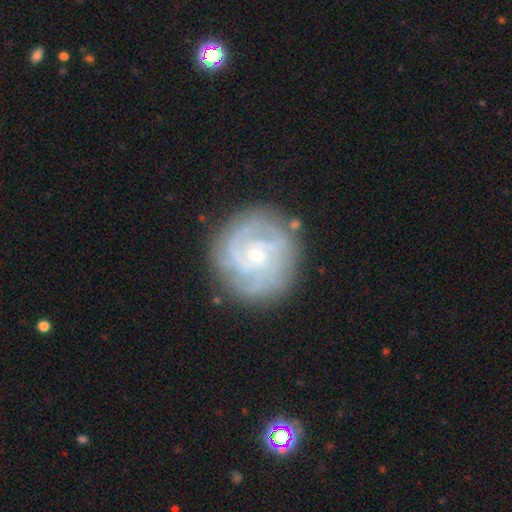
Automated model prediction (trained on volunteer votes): Smooth or featured?
  - featured or disk: 81% *
  - smooth: 13%
  - star or artifact: 6%
Edge-on disk?
  - no: 98% *
  - yes: 2%
Bar?
  - no: 63% *
  - weak: 31%
  - strong: 6%
Spiral arms?
  - yes: 91% *
  - no: 9%
Spiral winding?
  - tight: 63% *
  - medium: 29%
  - loose: 8%
Spiral arm count?
  - can't tell: 33% *
  - 3: 24%
  - 2: 16%
  - 4: 14%
  - more than 4: 6%
  - 1: 6%
Bulge size?
  - small: 55% *
  - moderate: 41%
  - large: 2%
  - none: 1%
  - dominant: 1%
Merging?
  - none: 79% *
  - minor disturbance: 13%
  - major disturbance: 6%
  - merger: 2%